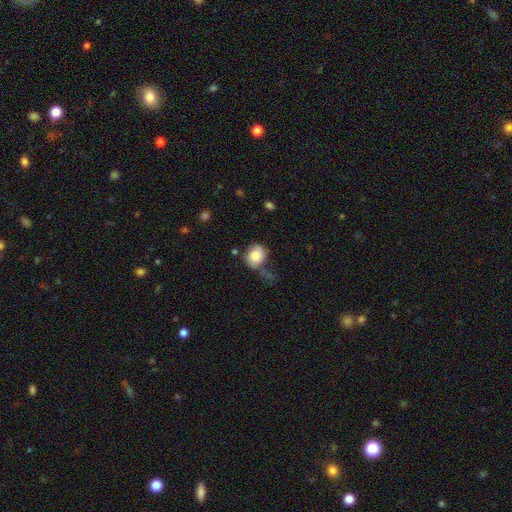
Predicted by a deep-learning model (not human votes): Smooth or featured: smooth — 79% (featured or disk — 13%)
How rounded: round — 62% (in between — 37%)
Merging: none — 46% (minor disturbance — 28%)